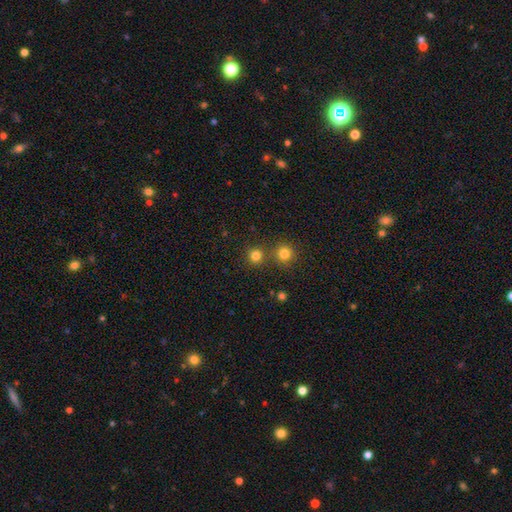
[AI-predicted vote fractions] smooth-or-featured: smooth: 80% | star or artifact: 16% | featured or disk: 5%
  how-rounded: round: 93% | in between: 6% | cigar-shaped: 1%
  merging: none: 78% | merger: 14% | minor disturbance: 6% | major disturbance: 2%